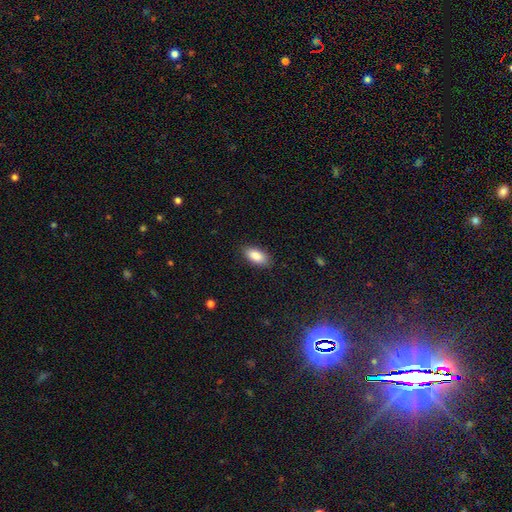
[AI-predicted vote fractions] smooth_or_featured: smooth (p=0.85) [alt: featured or disk p=0.08]
how_rounded: in between (p=0.89) [alt: cigar-shaped p=0.08]
merging: none (p=0.87) [alt: minor disturbance p=0.10]